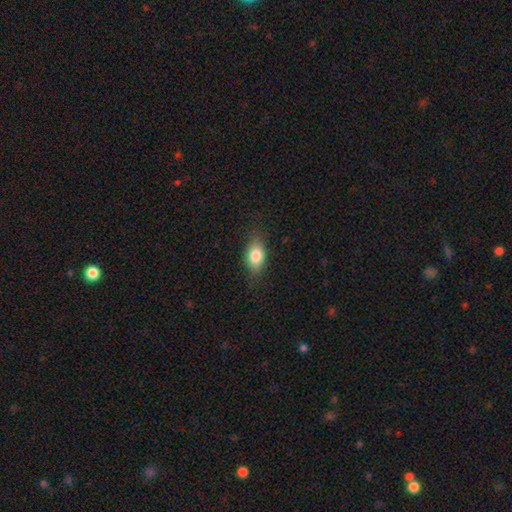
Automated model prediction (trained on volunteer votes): Smooth or featured?
  - smooth: 81% *
  - featured or disk: 11%
  - star or artifact: 8%
How rounded?
  - in between: 82% *
  - round: 13%
  - cigar-shaped: 5%
Merging?
  - none: 80% *
  - minor disturbance: 15%
  - major disturbance: 4%
  - merger: 1%